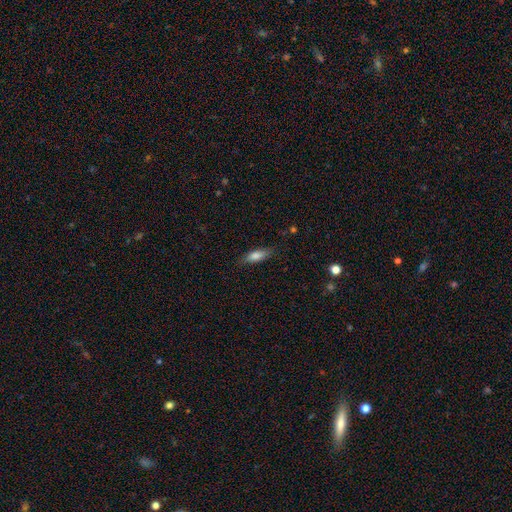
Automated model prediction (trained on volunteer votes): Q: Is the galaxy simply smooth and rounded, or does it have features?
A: smooth — 76%.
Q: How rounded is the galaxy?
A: in between — 57%.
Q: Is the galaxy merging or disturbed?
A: none — 81%.